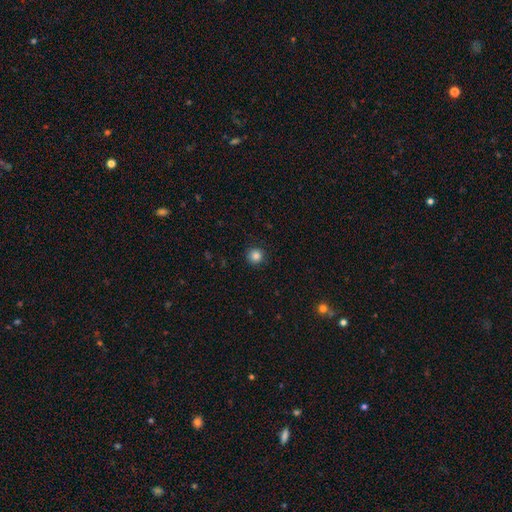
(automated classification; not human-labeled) The model was most divided on "smooth or featured": smooth: 85%, star or artifact: 11%, featured or disk: 4%. More confident: how rounded — round (95%); merging — none (91%).